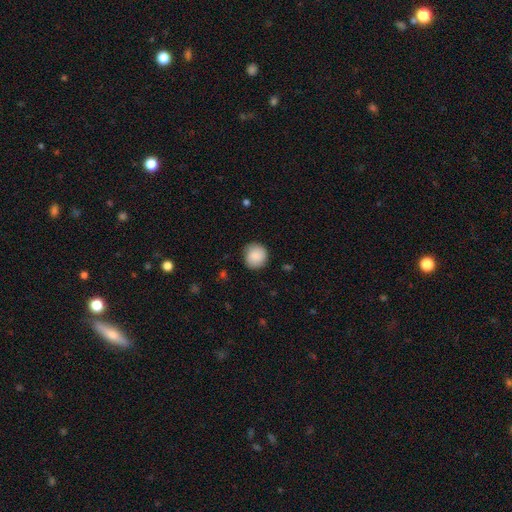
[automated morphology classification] smooth-or-featured: smooth: 88% | star or artifact: 7% | featured or disk: 5%
  how-rounded: round: 91% | in between: 8% | cigar-shaped: 1%
  merging: none: 84% | minor disturbance: 12% | major disturbance: 3% | merger: 1%